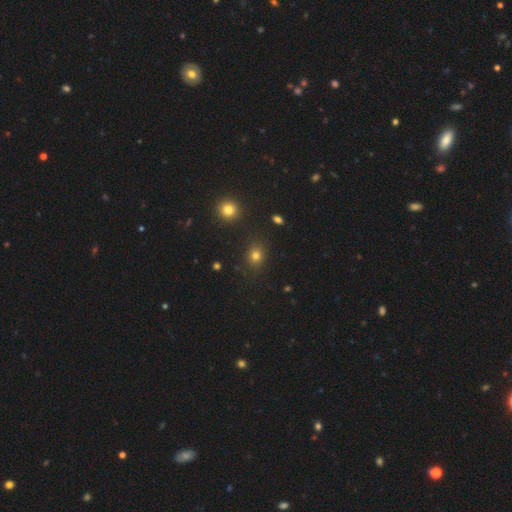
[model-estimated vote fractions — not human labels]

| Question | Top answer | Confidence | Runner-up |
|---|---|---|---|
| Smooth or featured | smooth | 76% | star or artifact (17%) |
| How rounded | round | 66% | in between (33%) |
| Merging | none | 85% | minor disturbance (9%) |